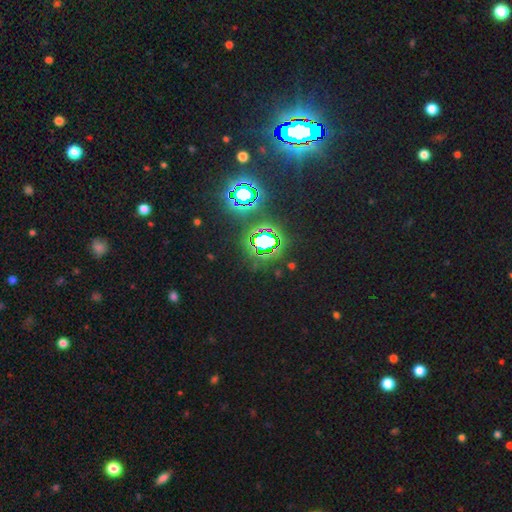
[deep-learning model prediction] This is clearly a star or artifact rather than a galaxy (82%).